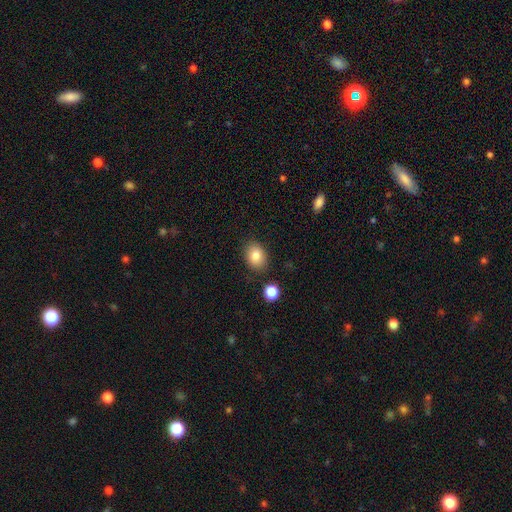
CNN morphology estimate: Smooth or featured? smooth (83%)
How rounded? in between (65%)
Merging? none (84%)